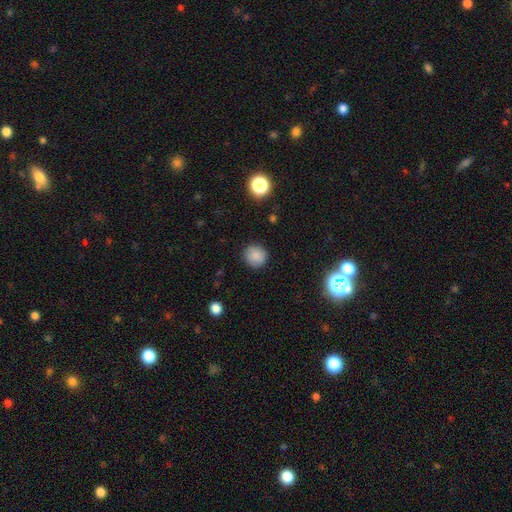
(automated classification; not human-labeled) This is clearly a smooth galaxy (86%). How rounded: clearly round (91%). Merging: clearly none (90%).